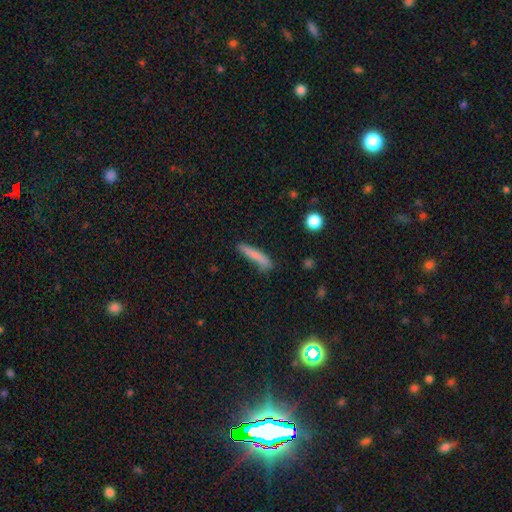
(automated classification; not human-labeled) smooth 76%, featured or disk 15%, star or artifact 8%. Down the decision tree: how rounded — cigar-shaped (92%); merging — none (71%).